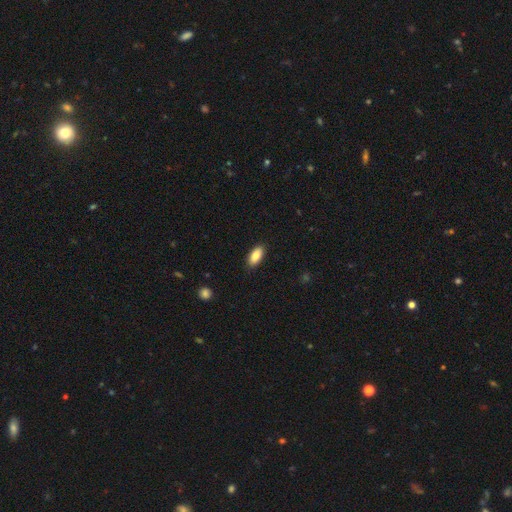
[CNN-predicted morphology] A smooth galaxy with no disk features (86%) that is in between round and cigar-shaped (88%).

Vote fractions:
- Smooth or featured? smooth: 86% / featured or disk: 7% / star or artifact: 7%
- How rounded? in between: 88% / cigar-shaped: 9% / round: 2%
- Merging? none: 87% / minor disturbance: 10% / major disturbance: 2% / merger: 1%